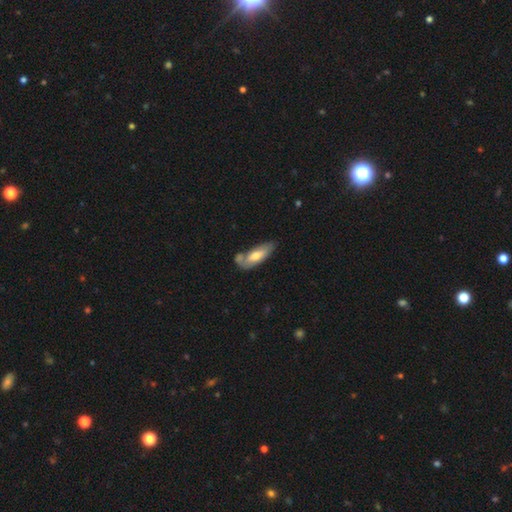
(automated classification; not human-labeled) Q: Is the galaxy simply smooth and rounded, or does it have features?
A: smooth — 59%.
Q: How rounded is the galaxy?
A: in between — 72%.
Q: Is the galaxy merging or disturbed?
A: none — 43%.